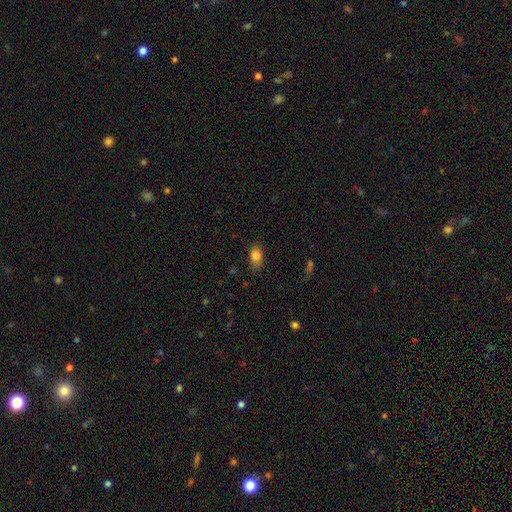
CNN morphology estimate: Q: Smooth or featured?
A: smooth (84%); runner-up: star or artifact (10%)
Q: How rounded?
A: in between (85%); runner-up: round (12%)
Q: Merging?
A: none (77%); runner-up: minor disturbance (18%)